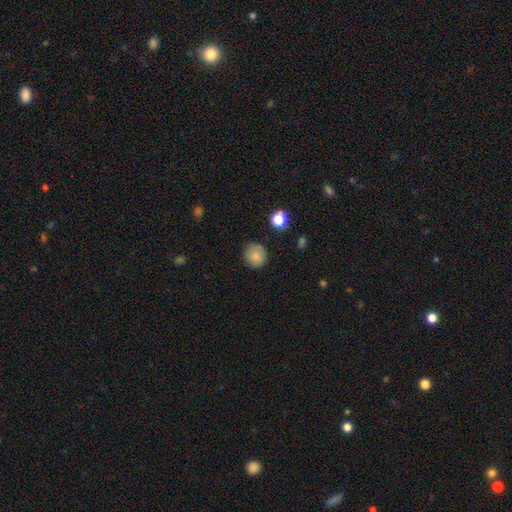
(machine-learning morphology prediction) Smooth or featured? Predicted: smooth (p=0.83). How rounded? Predicted: round (p=0.85). Merging? Predicted: none (p=0.79).